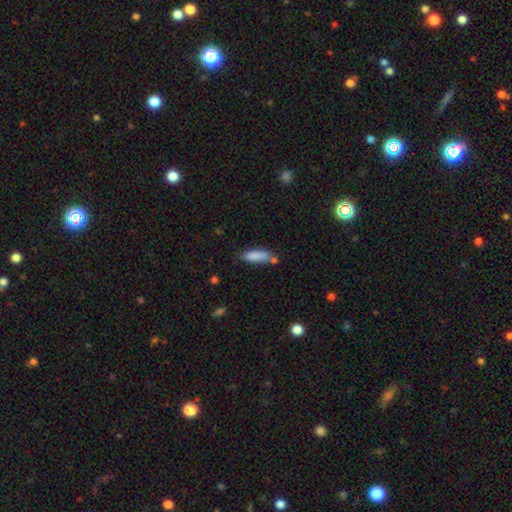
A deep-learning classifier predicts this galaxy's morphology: A smooth galaxy with no disk features (84%) that is cigar-shaped (50%). Merging: none (59%).